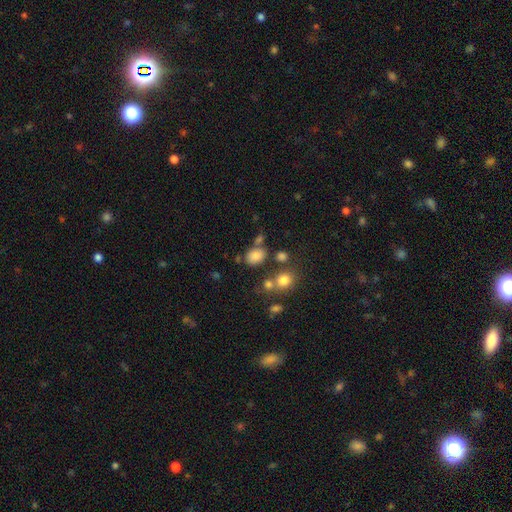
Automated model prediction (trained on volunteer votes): A smooth galaxy with no disk features (79%) that is in between round and cigar-shaped (67%).

Vote fractions:
- Smooth or featured? smooth: 79% / star or artifact: 13% / featured or disk: 8%
- How rounded? in between: 67% / round: 32% / cigar-shaped: 1%
- Merging? none: 66% / merger: 15% / minor disturbance: 14% / major disturbance: 5%